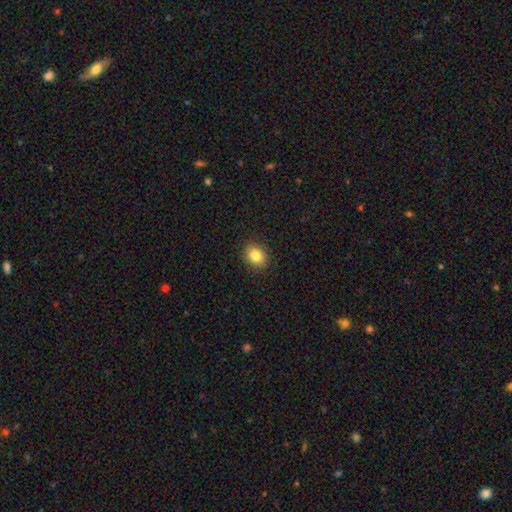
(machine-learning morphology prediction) Smooth or featured? Predicted: smooth (p=0.84). How rounded? Predicted: round (p=0.55). Merging? Predicted: none (p=0.90).